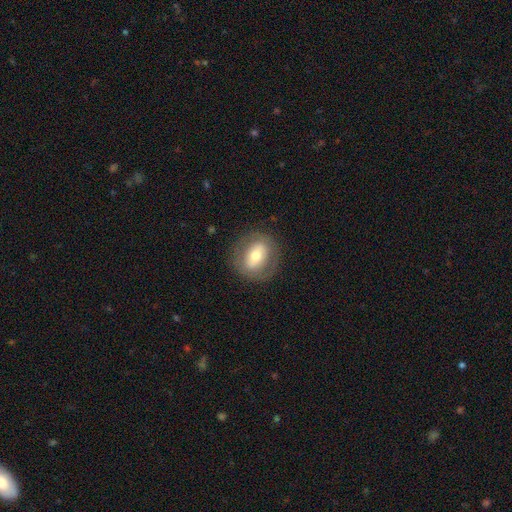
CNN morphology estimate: smooth_or_featured: smooth (p=0.53) [alt: featured or disk p=0.39]
how_rounded: round (p=0.54) [alt: in between p=0.44]
merging: none (p=0.82) [alt: minor disturbance p=0.11]